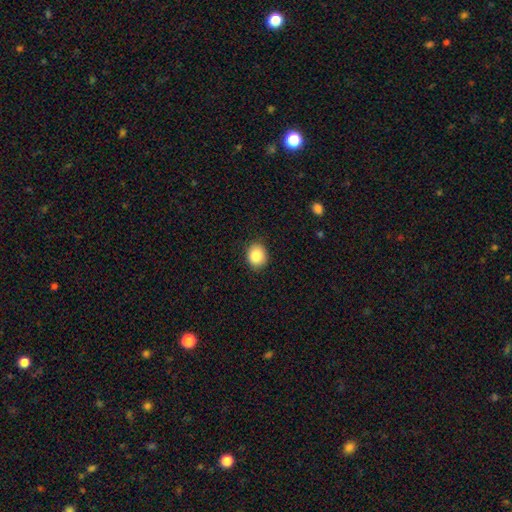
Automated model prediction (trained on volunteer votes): A smooth galaxy with no disk features (86%) that is round (65%). Merging: none (87%).